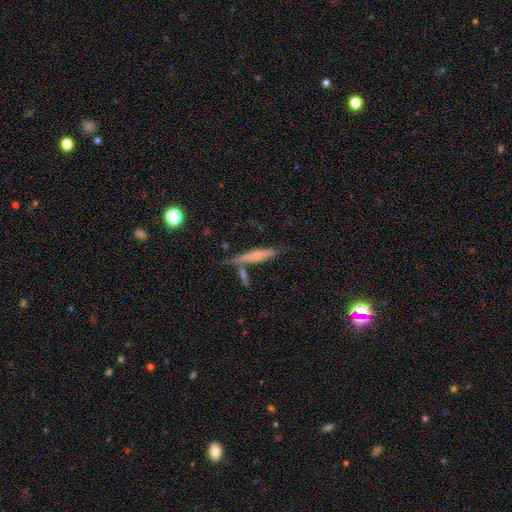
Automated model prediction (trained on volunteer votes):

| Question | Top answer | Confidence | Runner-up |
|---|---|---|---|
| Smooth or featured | smooth | 55% | featured or disk (37%) |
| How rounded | cigar-shaped | 89% | in between (10%) |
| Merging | none | 62% | merger (17%) |